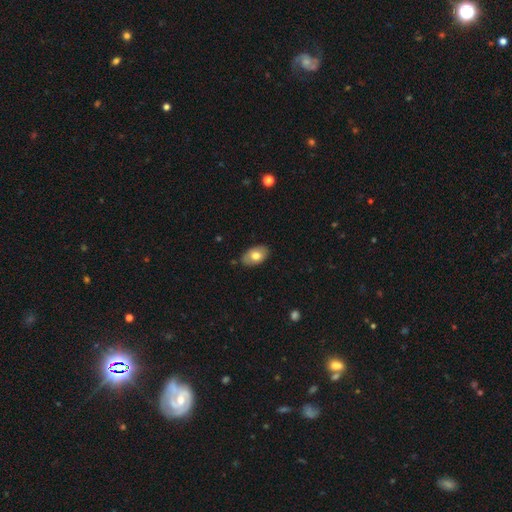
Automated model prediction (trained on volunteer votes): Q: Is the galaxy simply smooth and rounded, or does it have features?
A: smooth — 74%.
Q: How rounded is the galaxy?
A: in between — 91%.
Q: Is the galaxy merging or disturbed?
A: none — 82%.